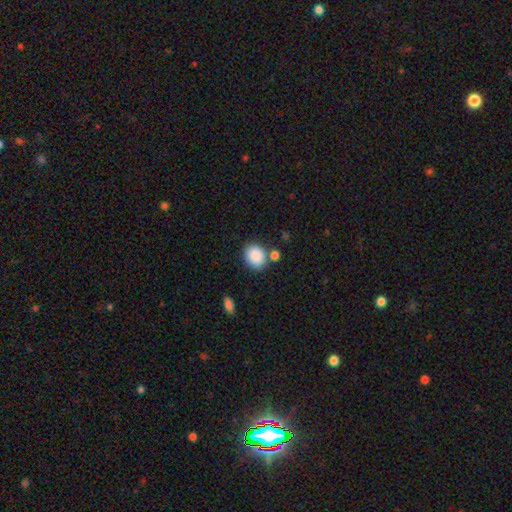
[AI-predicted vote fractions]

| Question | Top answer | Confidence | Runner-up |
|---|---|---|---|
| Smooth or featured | smooth | 88% | star or artifact (8%) |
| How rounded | round | 54% | in between (45%) |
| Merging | none | 72% | merger (12%) |